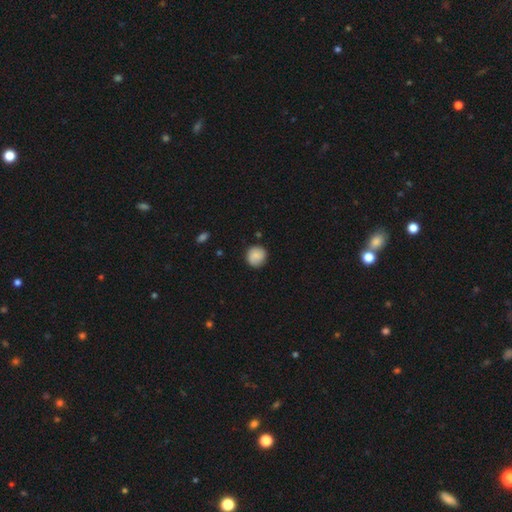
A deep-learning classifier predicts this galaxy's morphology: type=smooth (84%); roundness=round (91%); merging=none (85%).